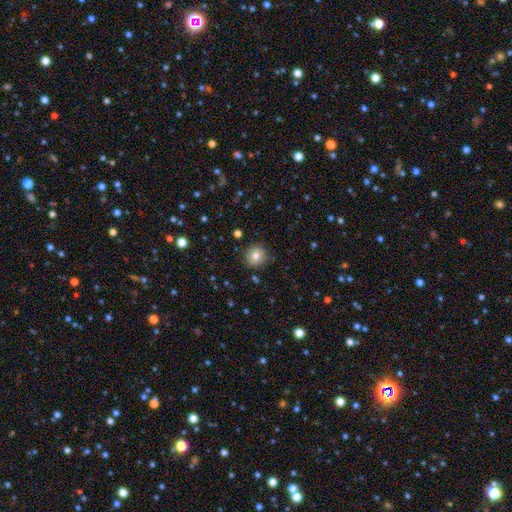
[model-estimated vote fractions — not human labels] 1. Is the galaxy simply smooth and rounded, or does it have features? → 79% smooth, 11% star or artifact, 10% featured or disk.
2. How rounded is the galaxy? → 92% round, 8% in between, 1% cigar-shaped.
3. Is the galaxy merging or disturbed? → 88% none, 8% minor disturbance, 2% major disturbance, 1% merger.